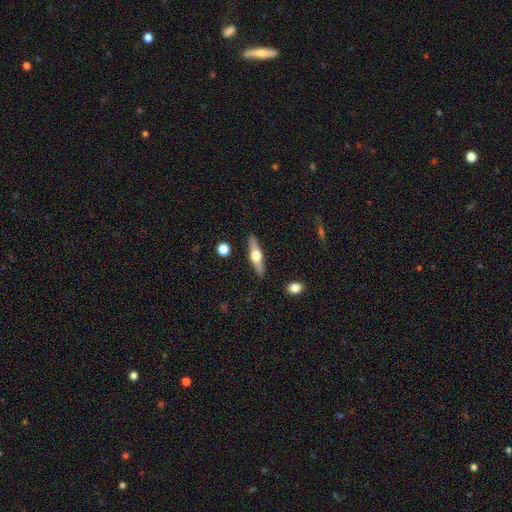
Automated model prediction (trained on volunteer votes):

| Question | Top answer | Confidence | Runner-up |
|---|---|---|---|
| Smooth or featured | featured or disk | 56% | smooth (38%) |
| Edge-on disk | yes | 93% | no (7%) |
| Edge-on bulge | rounded | 94% | boxy (3%) |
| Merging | none | 88% | minor disturbance (8%) |